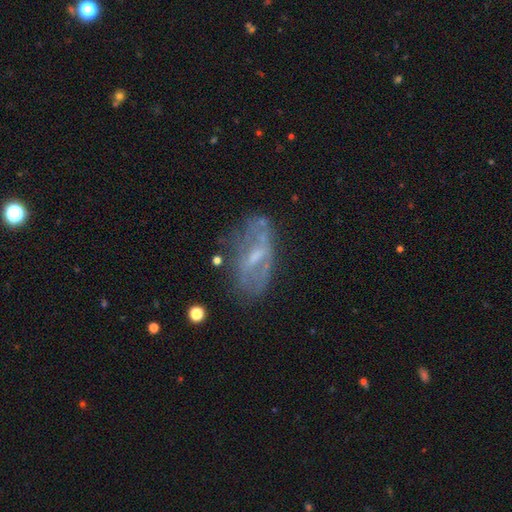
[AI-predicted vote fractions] A featured or disk galaxy (66%) with a weak bar (45%), no spiral arms (56%) and a small central bulge (51%).

Vote fractions:
- Smooth or featured? featured or disk: 66% / smooth: 24% / star or artifact: 10%
- Edge-on disk? no: 88% / yes: 12%
- Bar? weak: 45% / no: 34% / strong: 21%
- Spiral arms? no: 56% / yes: 44%
- Bulge size? small: 51% / moderate: 31% / none: 14% / large: 2% / dominant: 1%
- Merging? none: 59% / minor disturbance: 22% / major disturbance: 15% / merger: 4%